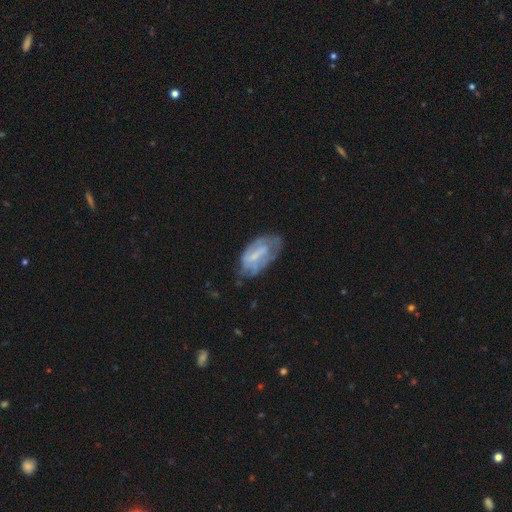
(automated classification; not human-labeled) A featured or disk galaxy (58%) with a weak bar (45%), spiral arms (55%) and a small central bulge (40%). Merging: none (49%).